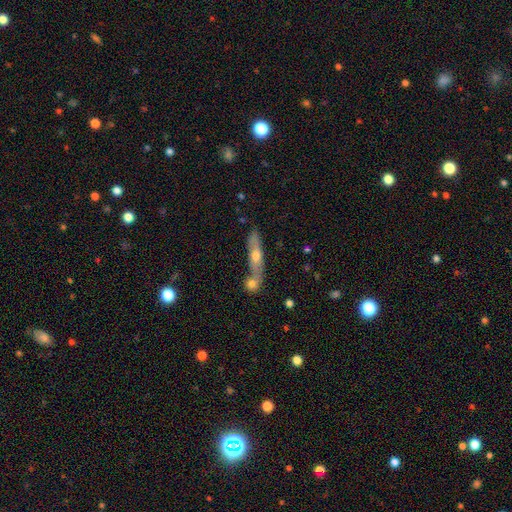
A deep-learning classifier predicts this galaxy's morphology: type=featured or disk (54%); edge-on=yes (75%); merging=none (54%).